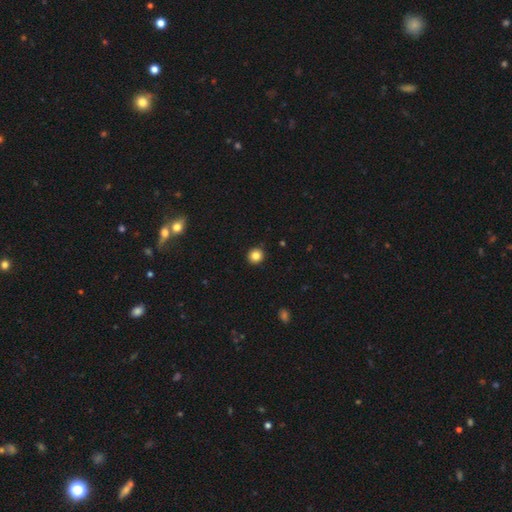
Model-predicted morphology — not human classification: smooth-or-featured: smooth: 84% | star or artifact: 11% | featured or disk: 5%
  how-rounded: round: 92% | in between: 7% | cigar-shaped: 1%
  merging: none: 92% | minor disturbance: 6% | major disturbance: 1% | merger: 1%